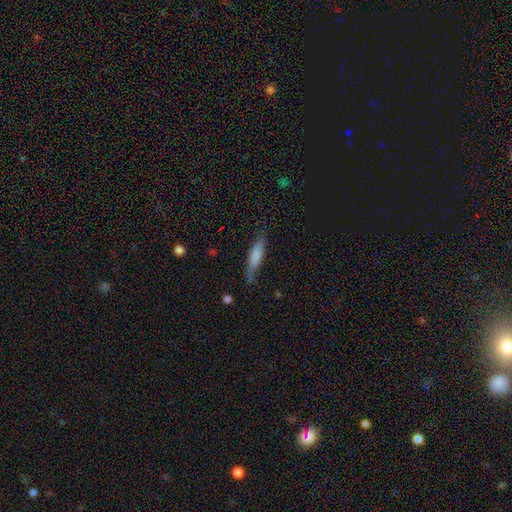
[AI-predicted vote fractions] Smooth or featured: smooth — 70% (featured or disk — 23%)
How rounded: cigar-shaped — 73% (in between — 25%)
Merging: none — 65% (minor disturbance — 26%)